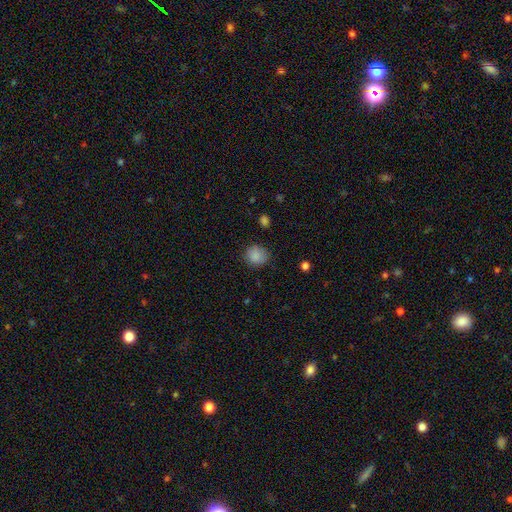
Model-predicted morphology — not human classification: Smooth or featured? smooth (87%)
How rounded? round (83%)
Merging? none (81%)